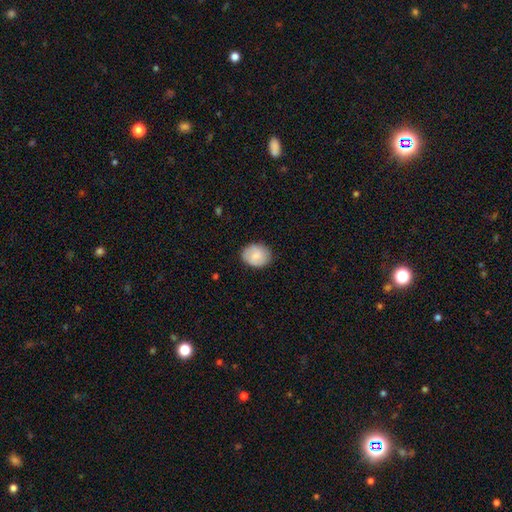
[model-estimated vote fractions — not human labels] Smooth or featured: smooth — 78% (featured or disk — 15%)
How rounded: round — 53% (in between — 46%)
Merging: none — 82% (minor disturbance — 14%)